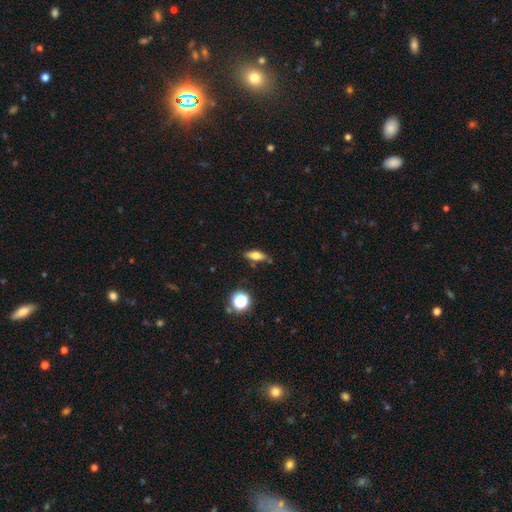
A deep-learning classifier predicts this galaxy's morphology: Smooth or featured? Predicted: smooth (p=0.61). How rounded? Predicted: in between (p=0.66). Merging? Predicted: none (p=0.75).